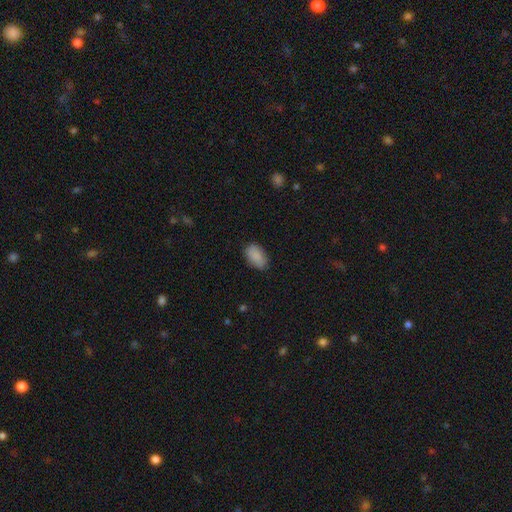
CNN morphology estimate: Overall: smooth (89%). How rounded: in between (93%). Merging: none (82%).